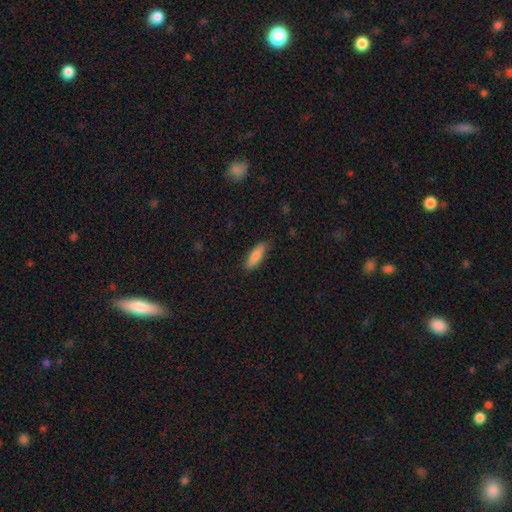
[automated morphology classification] Smooth or featured? Predicted: smooth (p=0.81). How rounded? Predicted: cigar-shaped (p=0.51). Merging? Predicted: none (p=0.80).